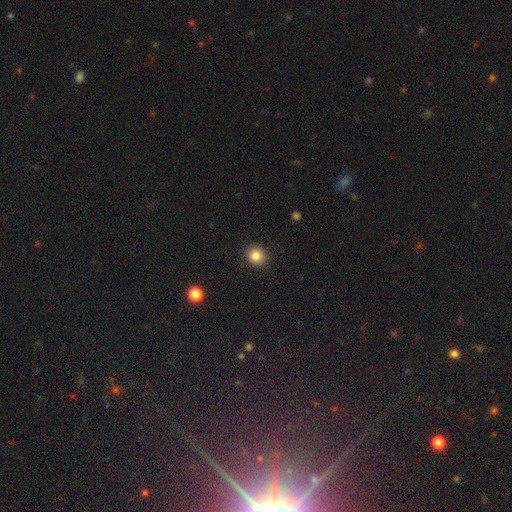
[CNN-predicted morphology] smooth 84%, star or artifact 11%, featured or disk 5%. Down the decision tree: how rounded — round (83%); merging — none (91%).